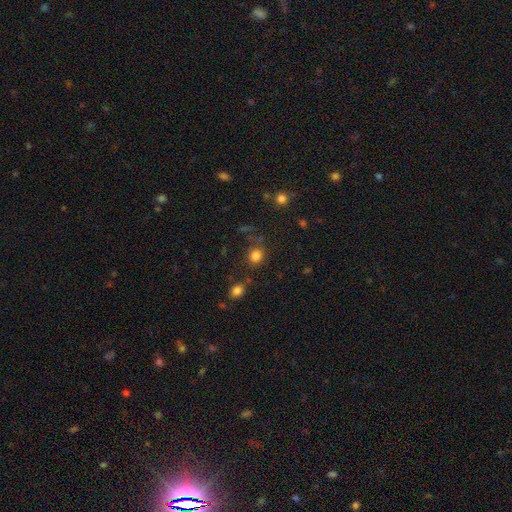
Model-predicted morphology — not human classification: A smooth galaxy with no disk features (81%) that is round (78%).

Vote fractions:
- Smooth or featured? smooth: 81% / star or artifact: 14% / featured or disk: 5%
- How rounded? round: 78% / in between: 21% / cigar-shaped: 1%
- Merging? none: 75% / minor disturbance: 13% / merger: 7% / major disturbance: 5%